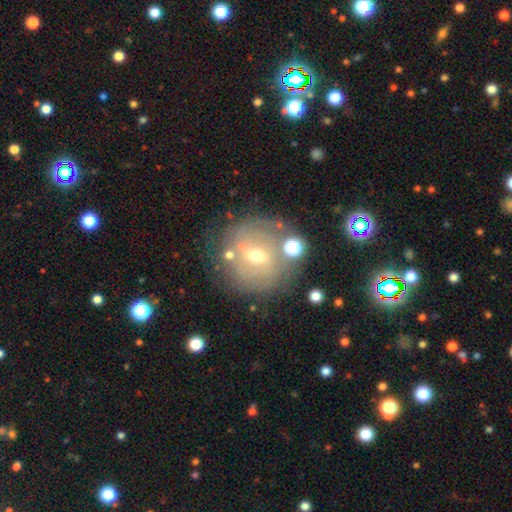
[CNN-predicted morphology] smooth_or_featured: featured or disk (p=0.58) [alt: smooth p=0.28]
disk_edge_on: no (p=0.95) [alt: yes p=0.05]
bar: weak (p=0.49) [alt: no p=0.32]
has_spiral_arms: yes (p=0.59) [alt: no p=0.41]
bulge_size: moderate (p=0.58) [alt: small p=0.37]
merging: none (p=0.73) [alt: minor disturbance p=0.14]